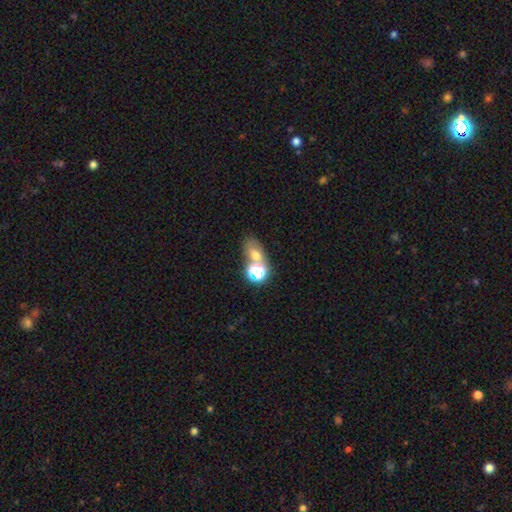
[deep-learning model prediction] smooth-or-featured: smooth: 55% | star or artifact: 27% | featured or disk: 18%
  how-rounded: in between: 63% | round: 34% | cigar-shaped: 2%
  merging: none: 41% | merger: 40% | minor disturbance: 11% | major disturbance: 8%